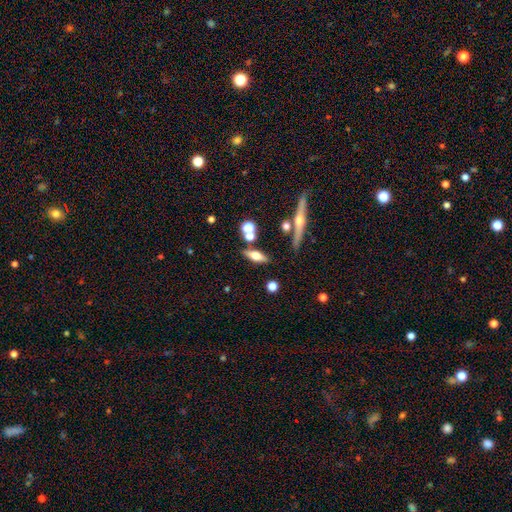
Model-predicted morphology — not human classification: Smooth or featured: featured or disk — 48% (smooth — 43%)
Merging: none — 73% (merger — 12%)